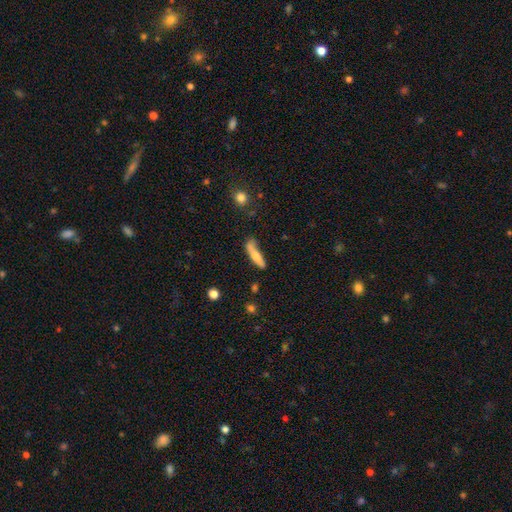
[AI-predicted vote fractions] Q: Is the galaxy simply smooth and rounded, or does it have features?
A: smooth — 68%.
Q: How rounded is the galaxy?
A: cigar-shaped — 75%.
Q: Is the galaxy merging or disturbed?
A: none — 50%.